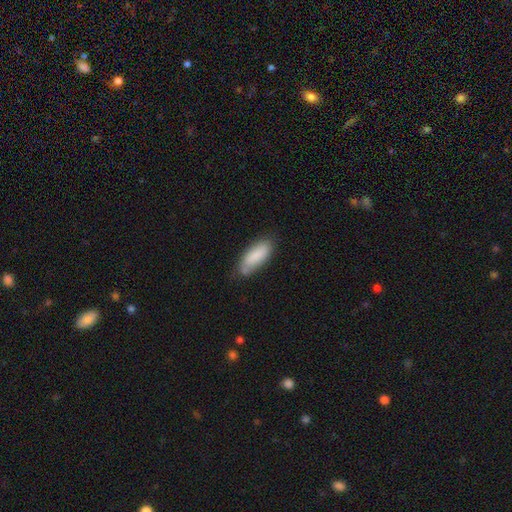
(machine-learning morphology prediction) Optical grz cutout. It shows a smooth galaxy with no disk features (84%) that is in between round and cigar-shaped (71%). Merging: none (66%).